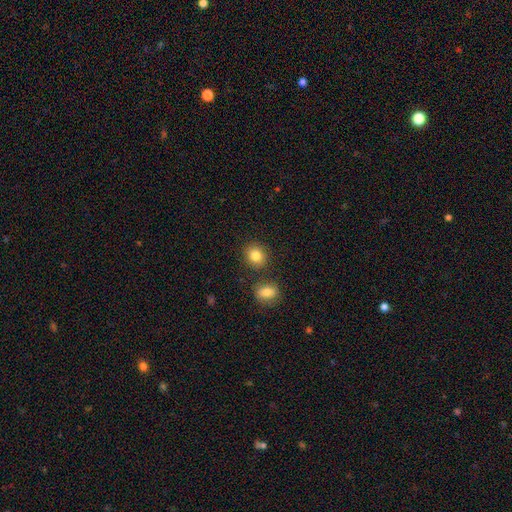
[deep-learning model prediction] Overall: smooth (83%). How rounded: round (73%). Merging: none (83%).